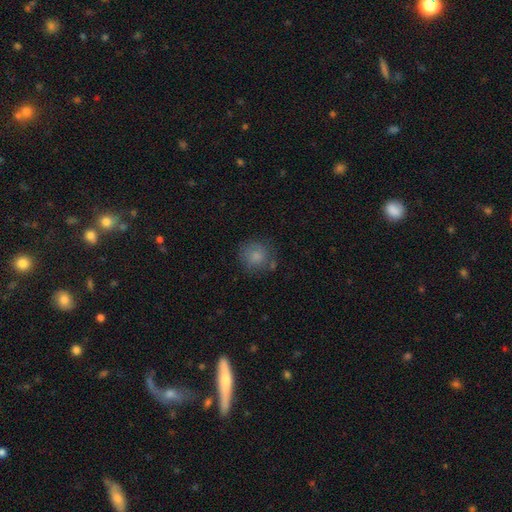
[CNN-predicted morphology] A smooth galaxy with no disk features (80%) that is round (88%). Merging: none (68%).